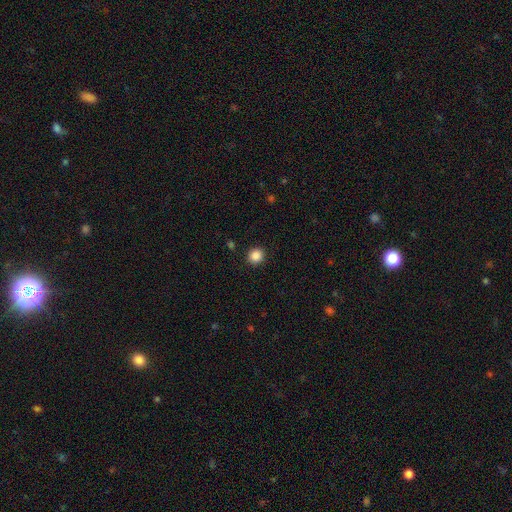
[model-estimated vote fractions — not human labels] smooth_or_featured: smooth (p=0.87) [alt: star or artifact p=0.10]
how_rounded: round (p=0.90) [alt: in between p=0.10]
merging: none (p=0.91) [alt: minor disturbance p=0.06]